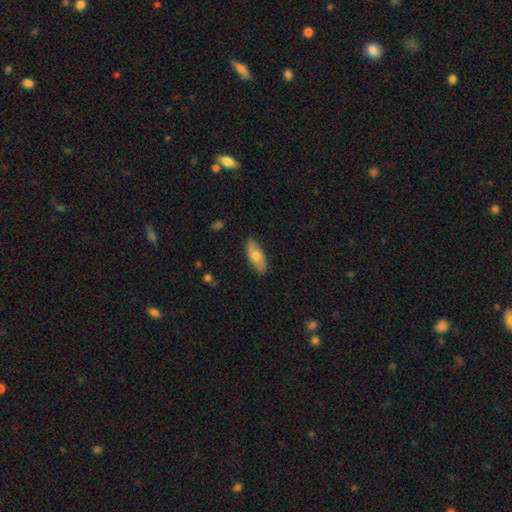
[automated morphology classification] smooth_or_featured: smooth (p=0.70) [alt: featured or disk p=0.24]
how_rounded: in between (p=0.79) [alt: cigar-shaped p=0.18]
merging: none (p=0.86) [alt: minor disturbance p=0.11]